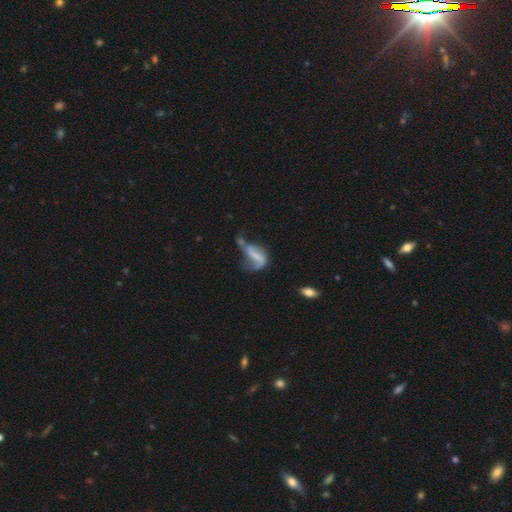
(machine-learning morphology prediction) This appears to be a featured or disk galaxy (56%) with no bar (39%), spiral arms (69%) and no central bulge (54%). Merging: major disturbance (36%).